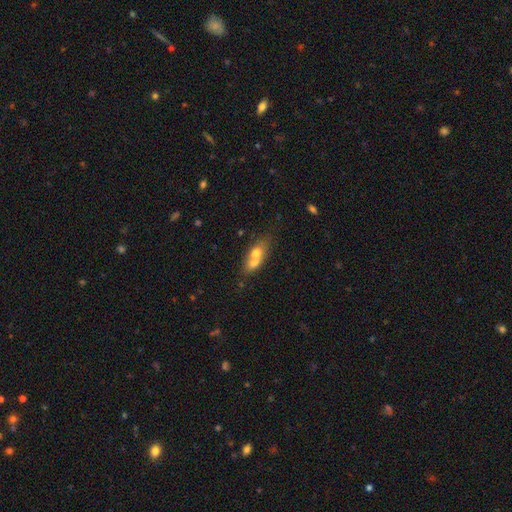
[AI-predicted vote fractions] Smooth or featured? Predicted: smooth (p=0.63). How rounded? Predicted: in between (p=0.66). Merging? Predicted: merger (p=0.59).